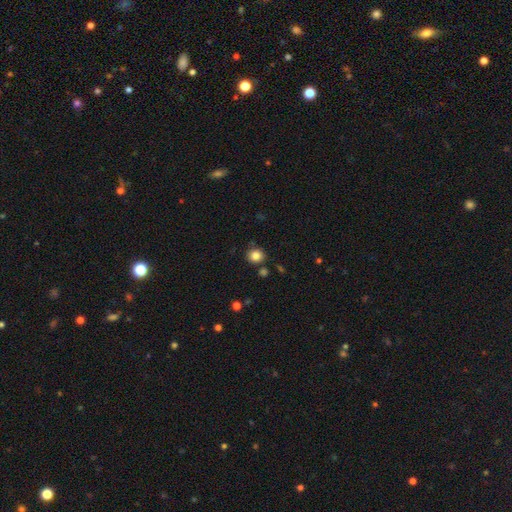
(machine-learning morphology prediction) Smooth or featured: smooth — 83% (star or artifact — 11%)
How rounded: round — 86% (in between — 13%)
Merging: none — 82% (minor disturbance — 10%)